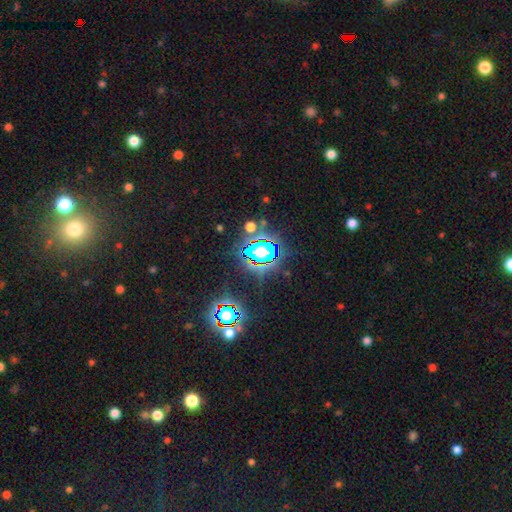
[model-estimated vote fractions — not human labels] The model was most divided on "smooth or featured": star or artifact: 82%, smooth: 10%, featured or disk: 7%.